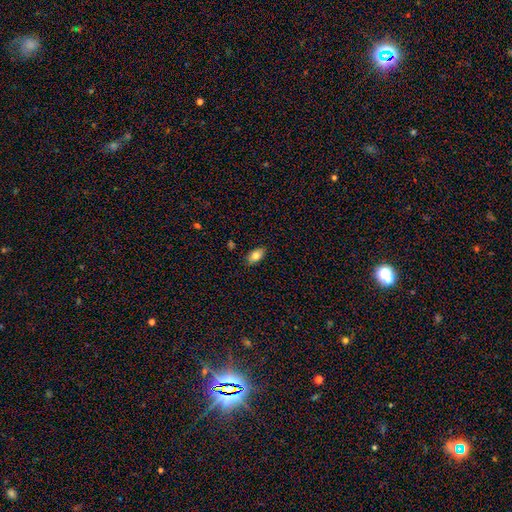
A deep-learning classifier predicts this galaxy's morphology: Smooth or featured? smooth (79%)
How rounded? in between (90%)
Merging? none (86%)